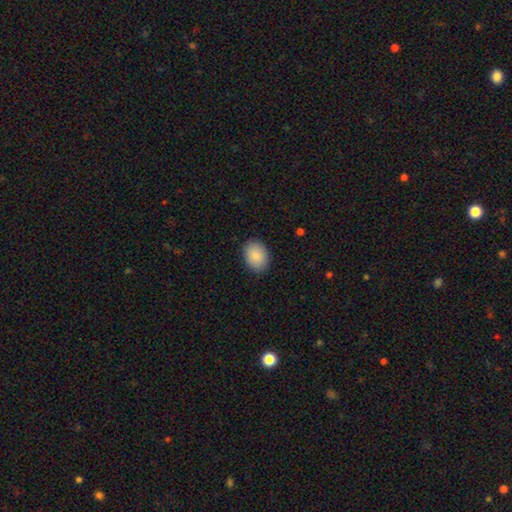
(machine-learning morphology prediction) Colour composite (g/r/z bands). It shows a smooth galaxy with no disk features (88%) that is in between round and cigar-shaped (72%). Merging: none (88%).